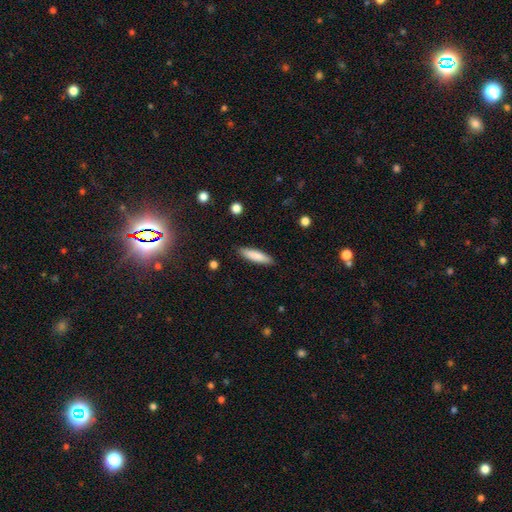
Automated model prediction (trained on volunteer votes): Smooth or featured? smooth (83%)
How rounded? cigar-shaped (75%)
Merging? none (89%)